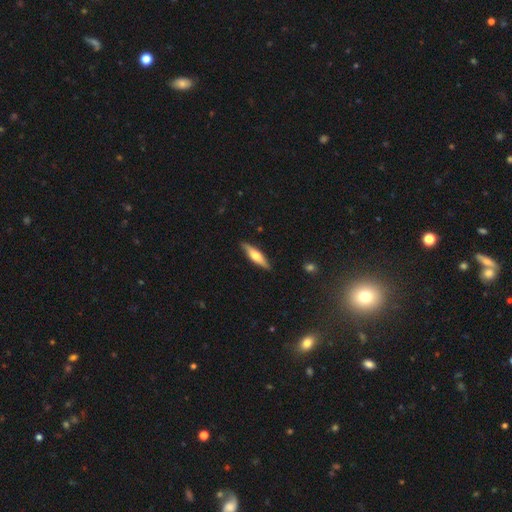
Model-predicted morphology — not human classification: Smooth or featured?
  - featured or disk: 49% *
  - smooth: 46%
  - star or artifact: 5%
Merging?
  - none: 88% *
  - minor disturbance: 9%
  - major disturbance: 2%
  - merger: 1%